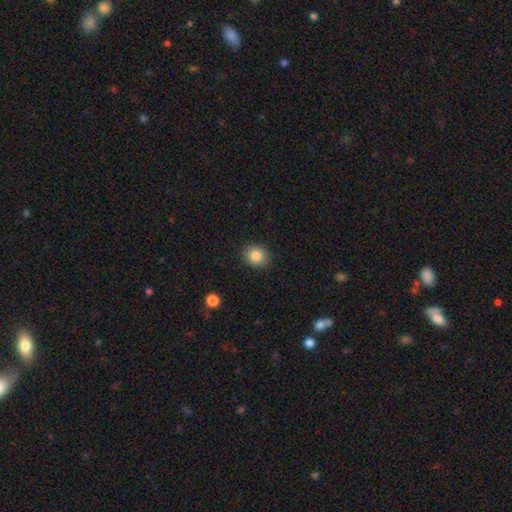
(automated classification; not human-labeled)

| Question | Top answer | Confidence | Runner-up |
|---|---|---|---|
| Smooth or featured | smooth | 86% | star or artifact (9%) |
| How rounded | round | 69% | in between (30%) |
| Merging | none | 89% | minor disturbance (8%) |